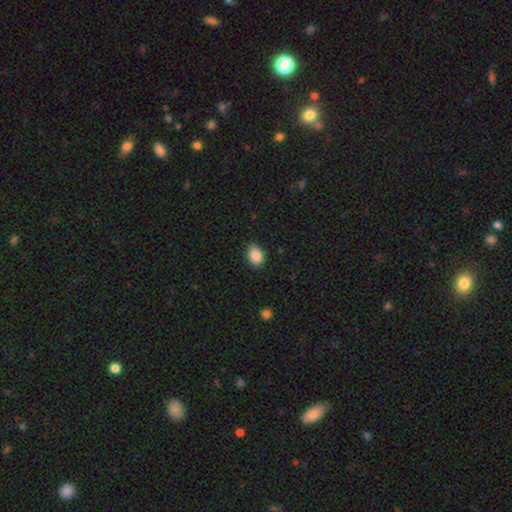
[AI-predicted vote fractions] A smooth galaxy with no disk features (87%) that is in between round and cigar-shaped (75%).

Vote fractions:
- Smooth or featured? smooth: 87% / star or artifact: 8% / featured or disk: 4%
- How rounded? in between: 75% / round: 24% / cigar-shaped: 1%
- Merging? none: 81% / minor disturbance: 16% / major disturbance: 2% / merger: 1%